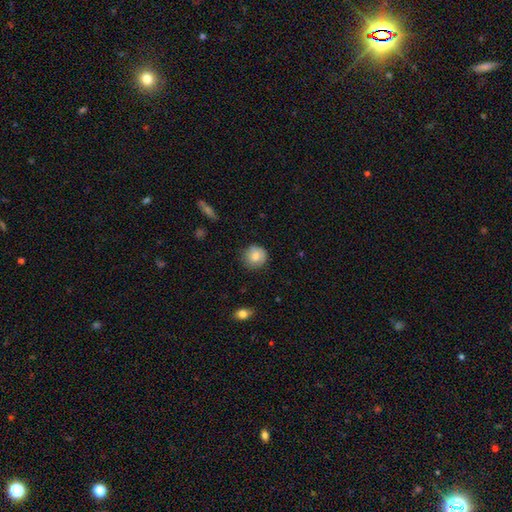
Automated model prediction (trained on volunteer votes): This appears to be a smooth galaxy with no disk features (80%) that is round (91%). Merging: none (79%).